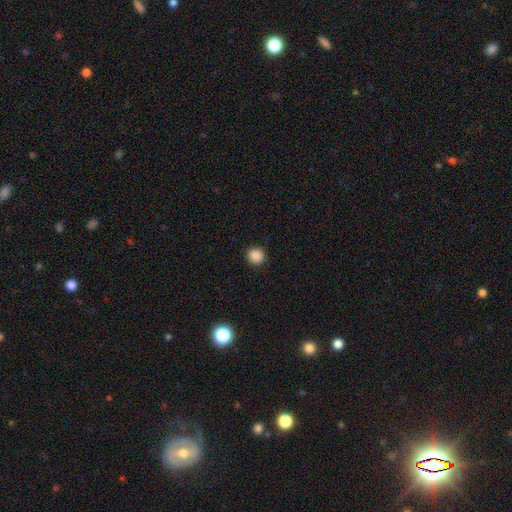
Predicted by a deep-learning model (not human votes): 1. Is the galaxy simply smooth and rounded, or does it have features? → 88% smooth, 10% star or artifact, 2% featured or disk.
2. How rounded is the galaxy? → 90% round, 9% in between, 1% cigar-shaped.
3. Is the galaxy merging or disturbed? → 90% none, 7% minor disturbance, 2% major disturbance, 1% merger.